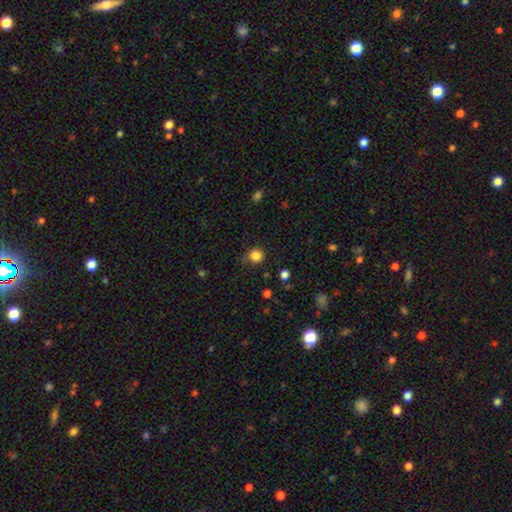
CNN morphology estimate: smooth 84%, star or artifact 12%, featured or disk 4%. Down the decision tree: how rounded — round (93%); merging — none (82%).